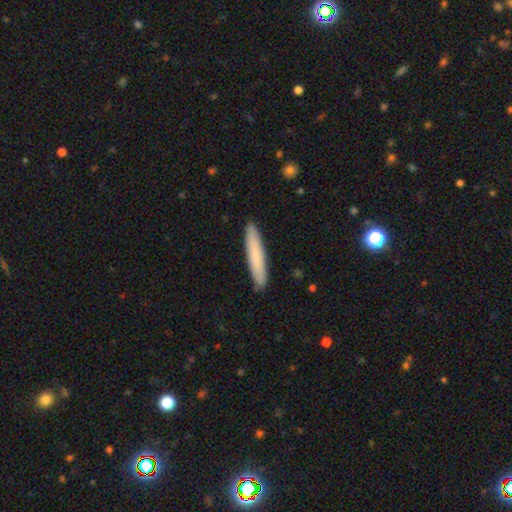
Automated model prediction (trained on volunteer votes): Overall: smooth (77%). How rounded: cigar-shaped (93%). Merging: none (91%).